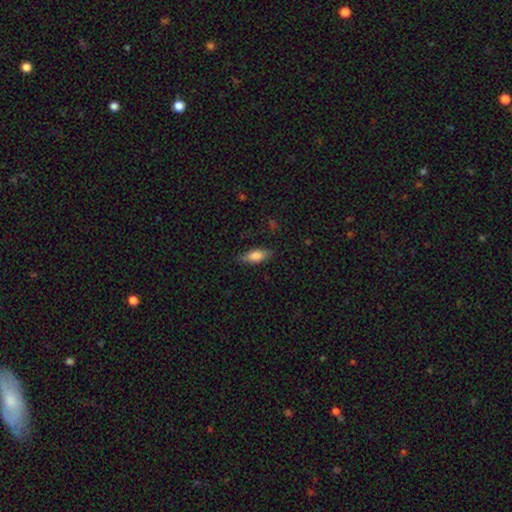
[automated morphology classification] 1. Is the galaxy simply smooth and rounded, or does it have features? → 76% smooth, 17% featured or disk, 7% star or artifact.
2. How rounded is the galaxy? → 75% in between, 22% cigar-shaped, 3% round.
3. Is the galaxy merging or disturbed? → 81% none, 15% minor disturbance, 3% major disturbance, 1% merger.